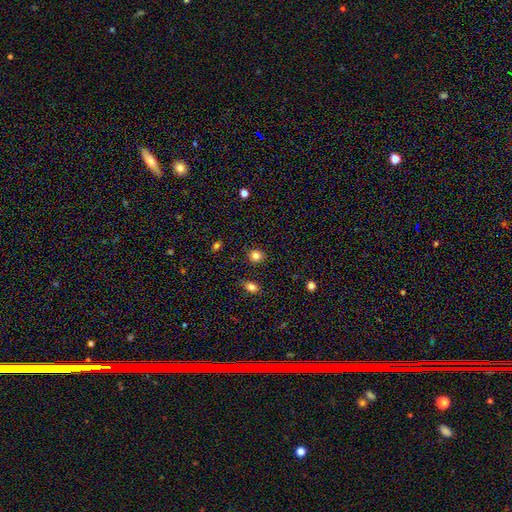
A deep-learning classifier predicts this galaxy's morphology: Q: Smooth or featured?
A: smooth (84%); runner-up: star or artifact (12%)
Q: How rounded?
A: round (82%); runner-up: in between (17%)
Q: Merging?
A: none (89%); runner-up: minor disturbance (7%)